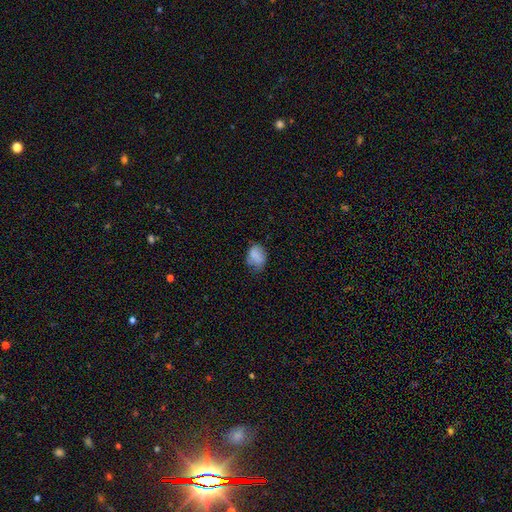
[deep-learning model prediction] smooth_or_featured: smooth (p=0.78) [alt: featured or disk p=0.12]
how_rounded: in between (p=0.67) [alt: round p=0.32]
merging: none (p=0.52) [alt: minor disturbance p=0.34]